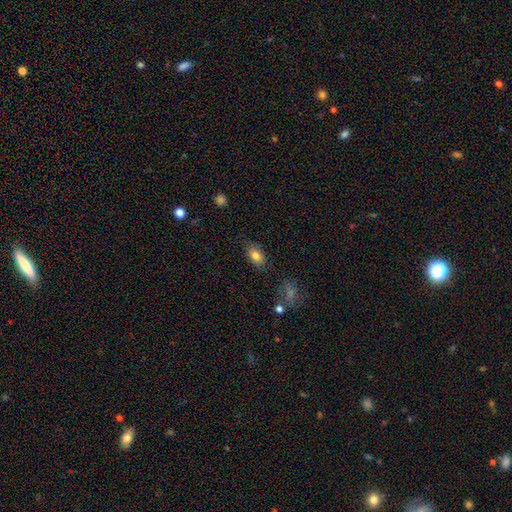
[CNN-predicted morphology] Smooth or featured? smooth (80%)
How rounded? in between (88%)
Merging? none (77%)